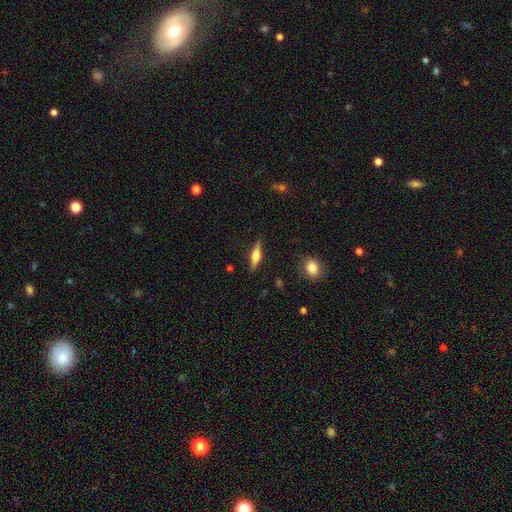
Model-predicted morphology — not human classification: This is possibly a featured or disk galaxy (55%). It is clearly viewed edge-on (95%). Edge-on bulge: clearly rounded (87%). Merging: clearly none (86%).